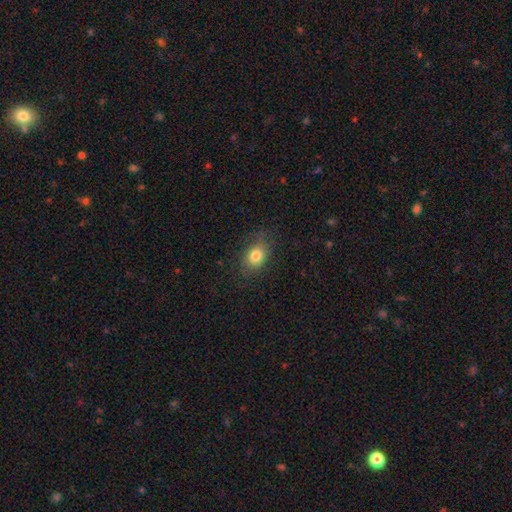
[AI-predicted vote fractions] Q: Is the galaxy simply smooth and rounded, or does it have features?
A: smooth — 80%.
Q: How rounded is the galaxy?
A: in between — 70%.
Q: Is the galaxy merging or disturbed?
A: none — 76%.